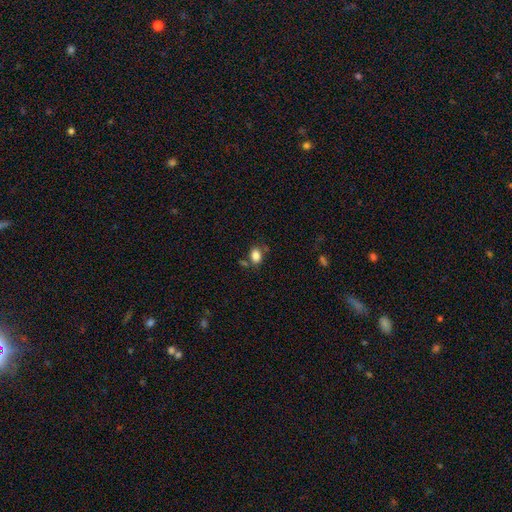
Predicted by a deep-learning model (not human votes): Morphology: type=smooth (83%); roundness=in between (74%); merging=none (67%).